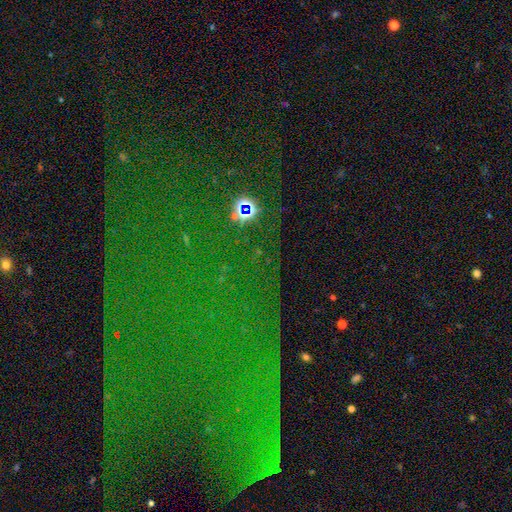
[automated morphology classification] Q: Smooth or featured?
A: star or artifact (81%); runner-up: smooth (10%)